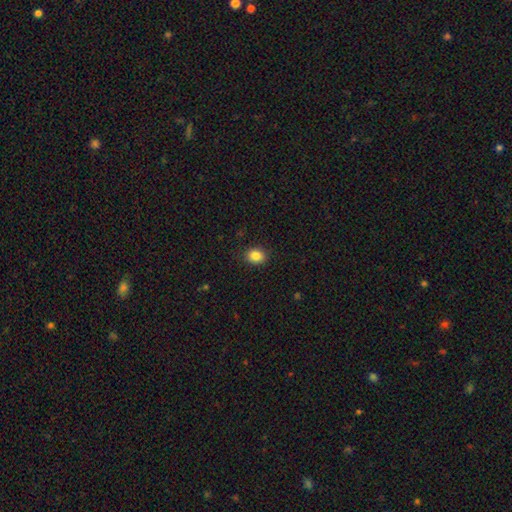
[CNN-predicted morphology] This appears to be a smooth galaxy with no disk features (86%) that is in between round and cigar-shaped (54%). Merging: none (89%).